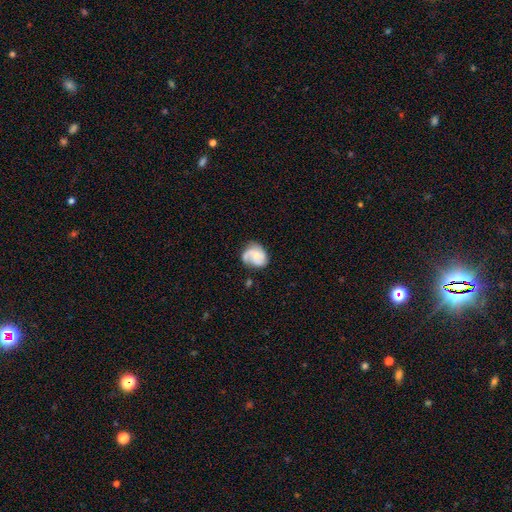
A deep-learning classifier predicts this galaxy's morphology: A featured or disk galaxy (70%) with no bar (69%), 2 (52%) medium (44%) spiral arms (93%) and a small central bulge (50%).

Vote fractions:
- Smooth or featured? featured or disk: 70% / smooth: 23% / star or artifact: 6%
- Edge-on disk? no: 98% / yes: 2%
- Bar? no: 69% / weak: 27% / strong: 4%
- Spiral arms? yes: 93% / no: 7%
- Spiral winding? medium: 44% / tight: 34% / loose: 23%
- Spiral arm count? 2: 52% / 3: 19% / 1: 14% / can't tell: 11% / 4: 2% / more than 4: 2%
- Bulge size? small: 50% / moderate: 40% / none: 7% / large: 2% / dominant: 1%
- Merging? none: 58% / minor disturbance: 26% / major disturbance: 12% / merger: 3%